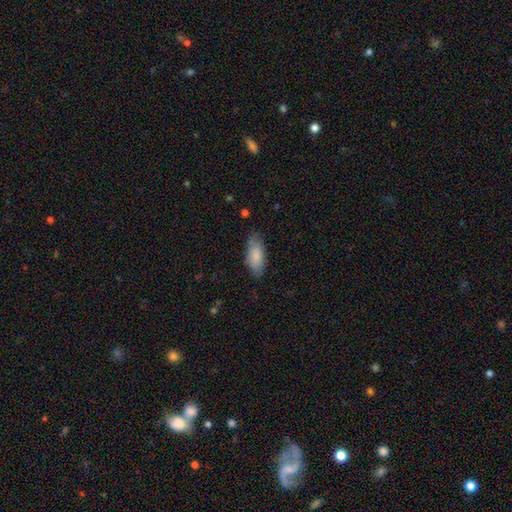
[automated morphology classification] Q: Smooth or featured?
A: smooth (84%); runner-up: featured or disk (10%)
Q: How rounded?
A: in between (80%); runner-up: cigar-shaped (18%)
Q: Merging?
A: none (78%); runner-up: minor disturbance (17%)